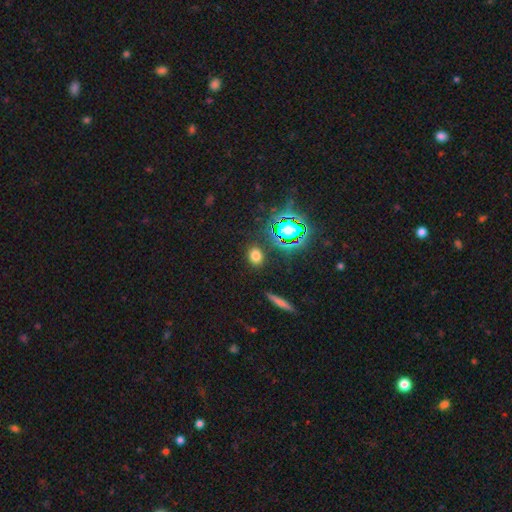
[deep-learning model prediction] Q: Smooth or featured?
A: smooth (71%); runner-up: star or artifact (23%)
Q: How rounded?
A: in between (52%); runner-up: round (45%)
Q: Merging?
A: none (88%); runner-up: minor disturbance (8%)